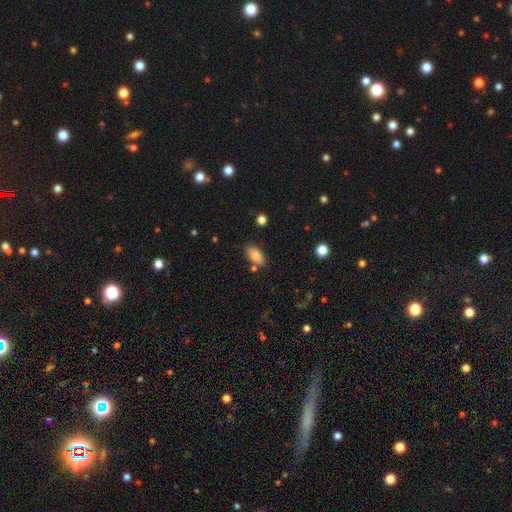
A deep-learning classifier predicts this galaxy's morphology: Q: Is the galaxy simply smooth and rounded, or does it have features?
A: smooth — 81%.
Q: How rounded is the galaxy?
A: in between — 92%.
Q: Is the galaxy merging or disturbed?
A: none — 76%.